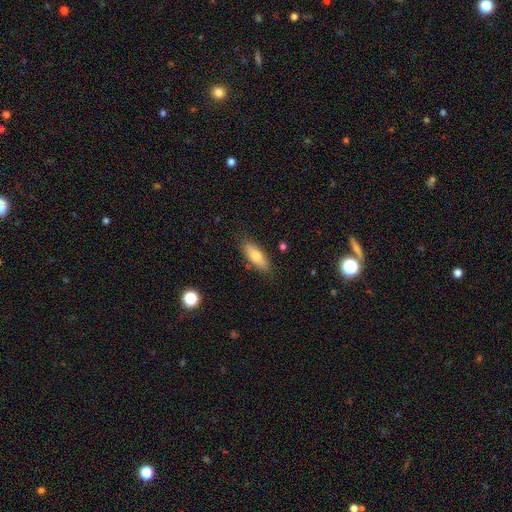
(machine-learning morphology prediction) Smooth or featured?
  - smooth: 74% *
  - featured or disk: 19%
  - star or artifact: 7%
How rounded?
  - in between: 61% *
  - cigar-shaped: 36%
  - round: 2%
Merging?
  - none: 83% *
  - minor disturbance: 13%
  - major disturbance: 3%
  - merger: 2%